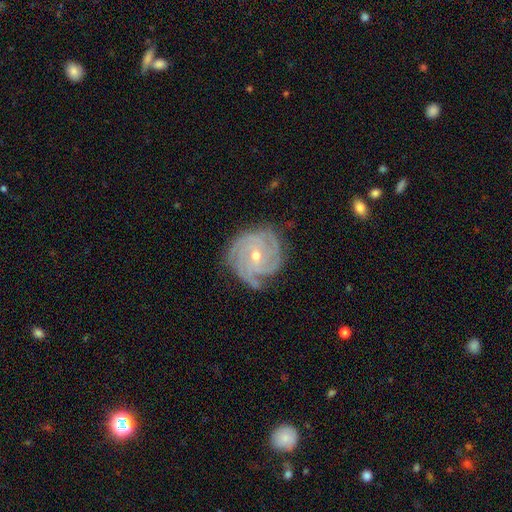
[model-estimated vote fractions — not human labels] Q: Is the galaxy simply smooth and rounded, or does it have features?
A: featured or disk — 89%.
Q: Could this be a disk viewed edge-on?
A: no — 97%.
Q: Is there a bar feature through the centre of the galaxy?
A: no — 57%.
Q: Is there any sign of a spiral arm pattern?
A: yes — 98%.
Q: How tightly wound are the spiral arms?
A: tight — 78%.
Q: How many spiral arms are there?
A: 4 — 35%.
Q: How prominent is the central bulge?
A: small — 56%.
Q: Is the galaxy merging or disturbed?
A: none — 77%.